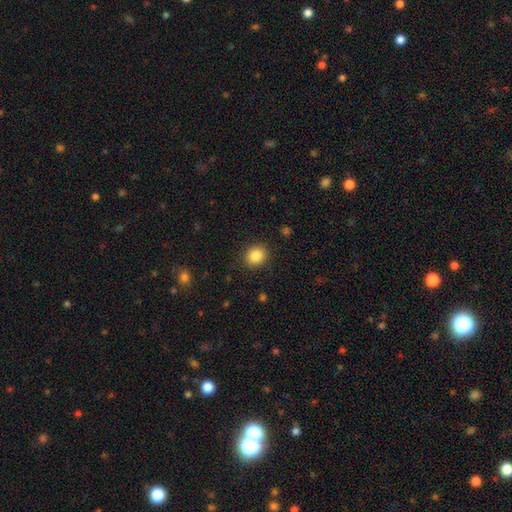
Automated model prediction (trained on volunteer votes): smooth 85%, star or artifact 10%, featured or disk 5%. Down the decision tree: how rounded — round (78%); merging — none (89%).